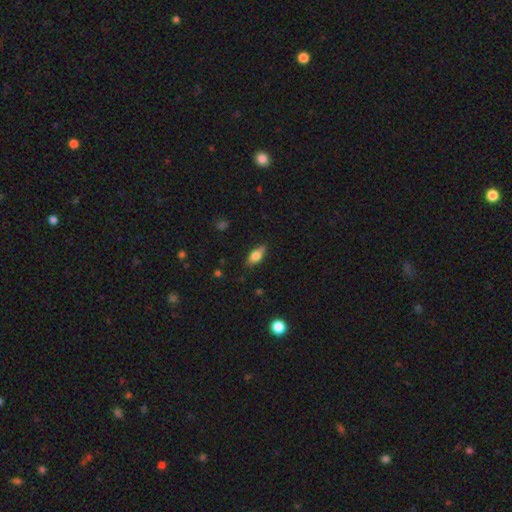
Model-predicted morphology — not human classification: A smooth galaxy with no disk features (67%) that is in between round and cigar-shaped (78%). Merging: none (78%).